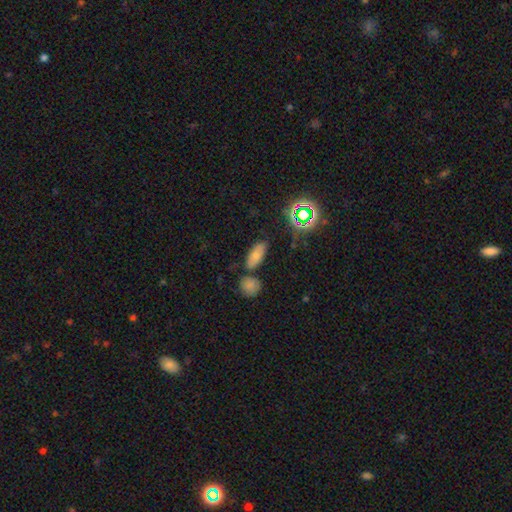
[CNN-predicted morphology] smooth-or-featured: smooth: 72% | star or artifact: 16% | featured or disk: 12%
  how-rounded: in between: 80% | cigar-shaped: 14% | round: 6%
  merging: none: 74% | minor disturbance: 13% | merger: 10% | major disturbance: 4%